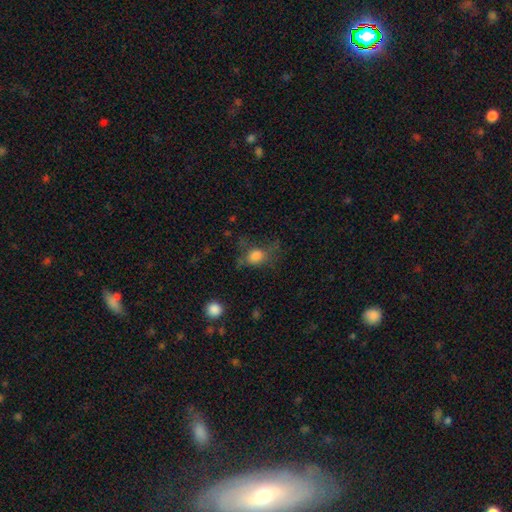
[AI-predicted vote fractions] smooth 73%, featured or disk 15%, star or artifact 12%. Down the decision tree: how rounded — in between (57%); merging — none (46%).